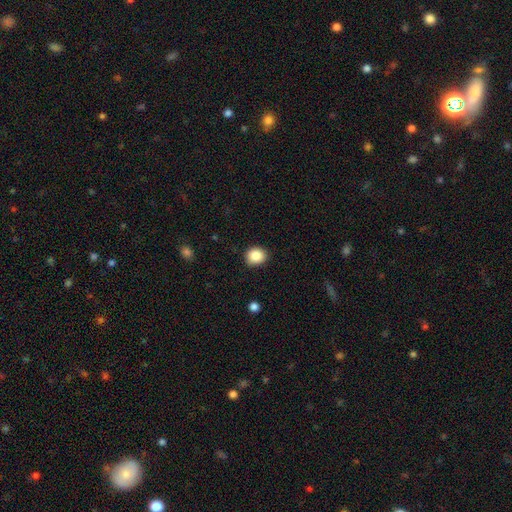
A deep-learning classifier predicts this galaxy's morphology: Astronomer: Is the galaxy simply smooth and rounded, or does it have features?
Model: smooth — 87%.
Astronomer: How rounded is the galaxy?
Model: round — 72%.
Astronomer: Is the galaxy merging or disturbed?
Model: none — 87%.